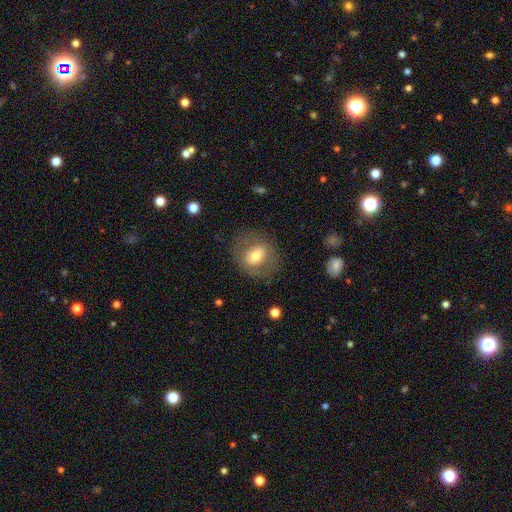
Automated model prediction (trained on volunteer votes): Smooth or featured: smooth — 57% (featured or disk — 35%)
How rounded: round — 56% (in between — 42%)
Merging: none — 76% (minor disturbance — 14%)